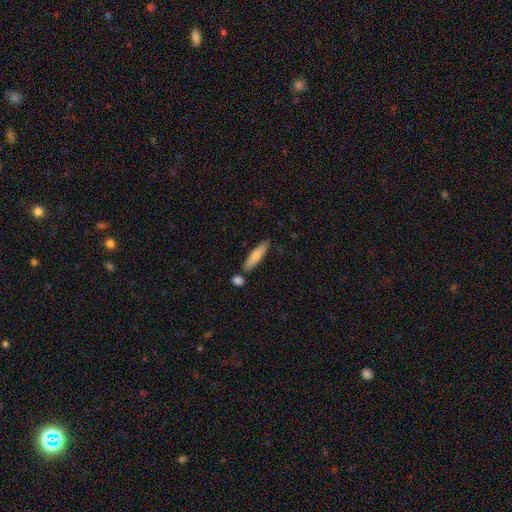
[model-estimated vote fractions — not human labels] smooth 72%, featured or disk 22%, star or artifact 5%. Down the decision tree: how rounded — cigar-shaped (78%); merging — none (77%).